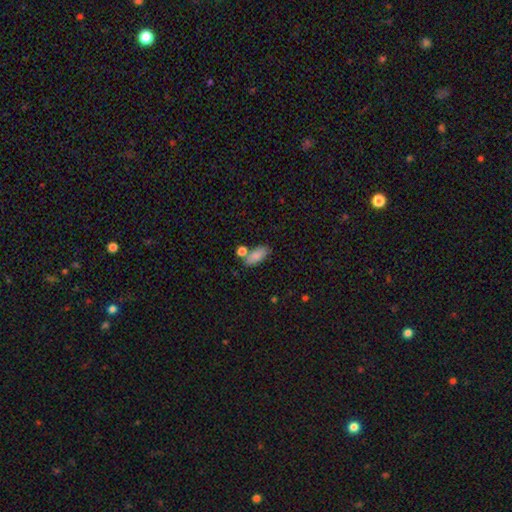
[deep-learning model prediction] This appears to be a smooth galaxy with no disk features (83%) that is in between round and cigar-shaped (86%). Merging: none (61%).